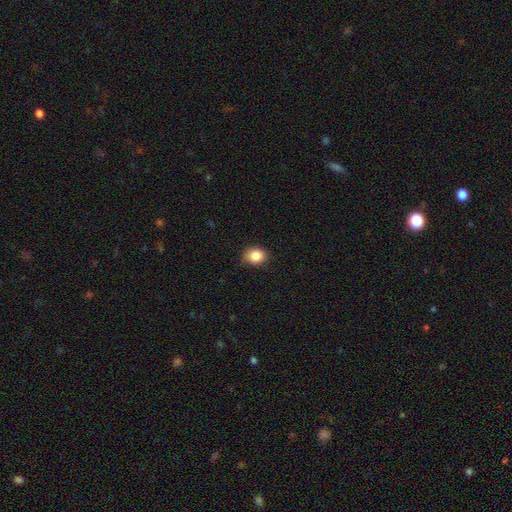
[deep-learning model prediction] This is clearly a smooth galaxy (85%). How rounded: possibly round (55%). Merging: likely none (79%).